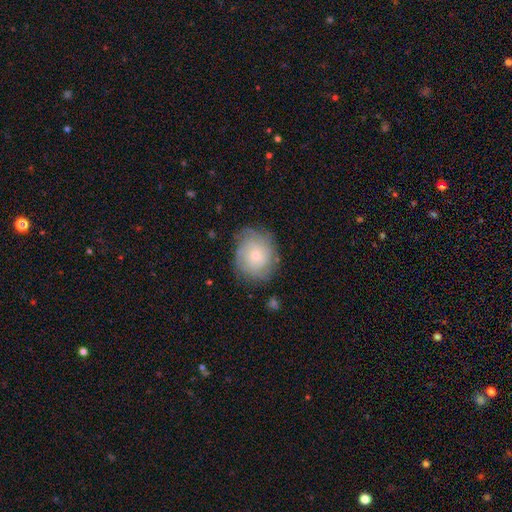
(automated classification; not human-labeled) Morphology: type=smooth (49%); merging=none (75%).